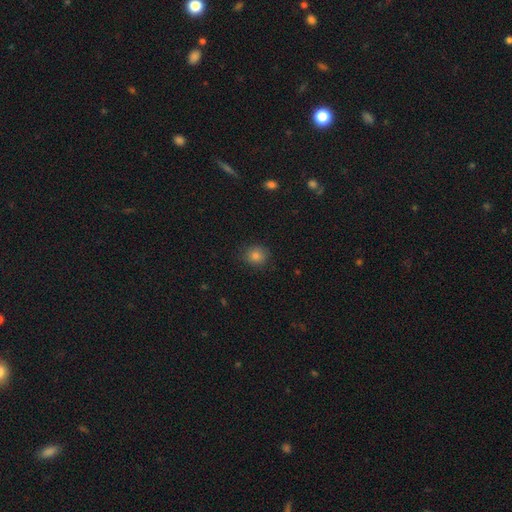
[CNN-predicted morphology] This is clearly a smooth galaxy (81%). How rounded: clearly round (83%). Merging: clearly none (86%).